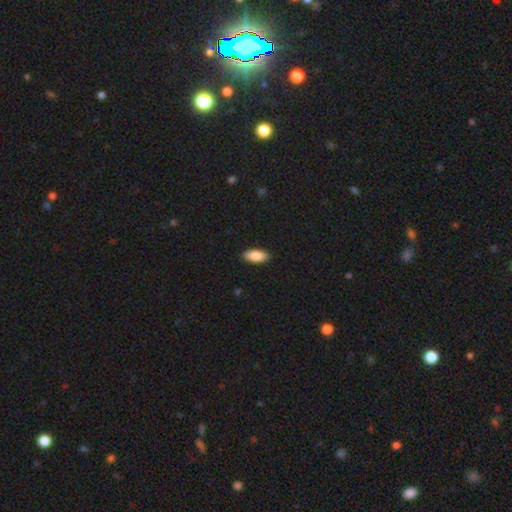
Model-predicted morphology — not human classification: smooth 88%, featured or disk 7%, star or artifact 6%. Down the decision tree: how rounded — in between (84%); merging — none (89%).